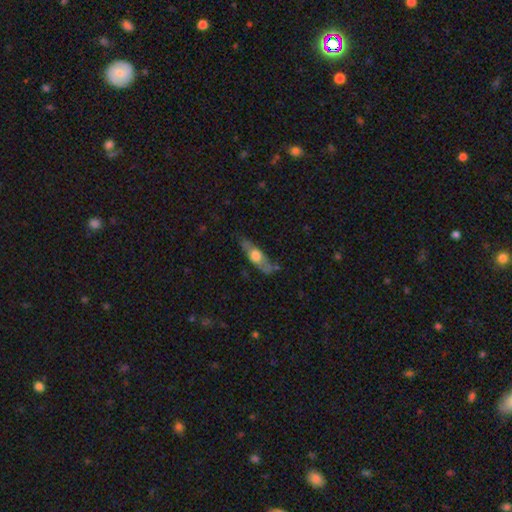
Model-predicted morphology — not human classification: A featured or disk galaxy (48%).

Vote fractions:
- Smooth or featured? featured or disk: 48% / smooth: 47% / star or artifact: 6%
- Merging? none: 75% / minor disturbance: 17% / major disturbance: 5% / merger: 3%